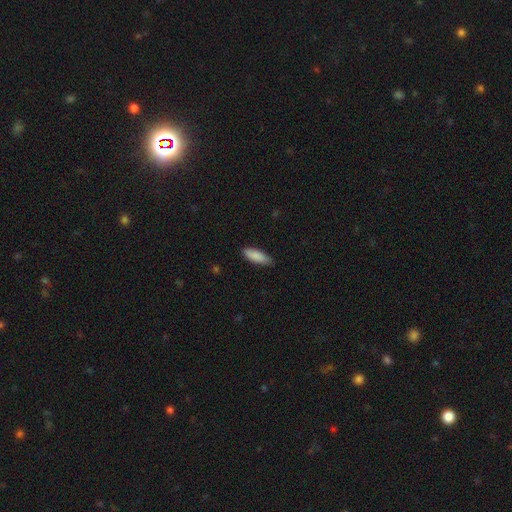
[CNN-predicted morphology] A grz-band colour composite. It shows a smooth galaxy with no disk features (88%) that is in between round and cigar-shaped (60%). Merging: none (81%).